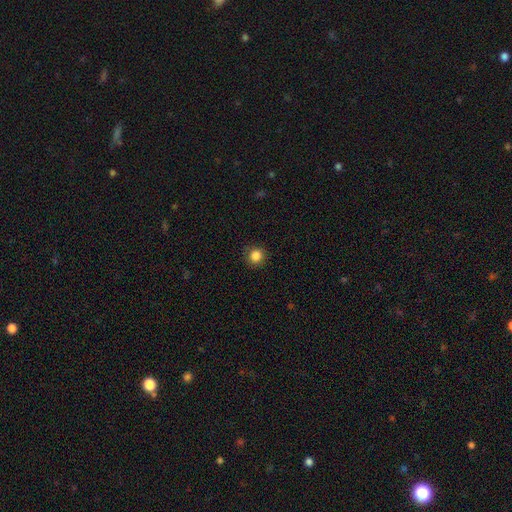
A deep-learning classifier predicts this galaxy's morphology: The model was most divided on "smooth or featured": smooth: 85%, star or artifact: 11%, featured or disk: 4%. More confident: how rounded — round (93%); merging — none (89%).